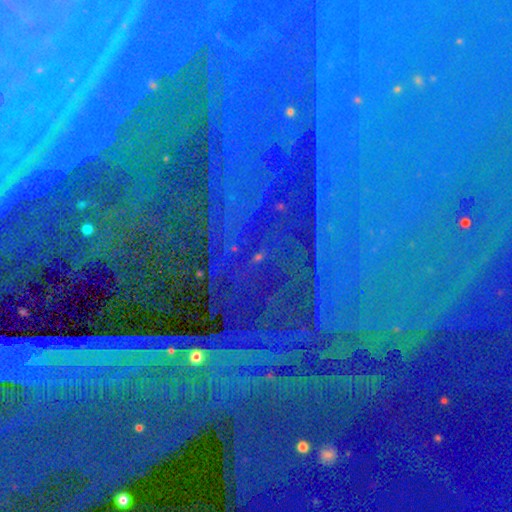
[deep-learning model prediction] Overall: star or artifact (89%).